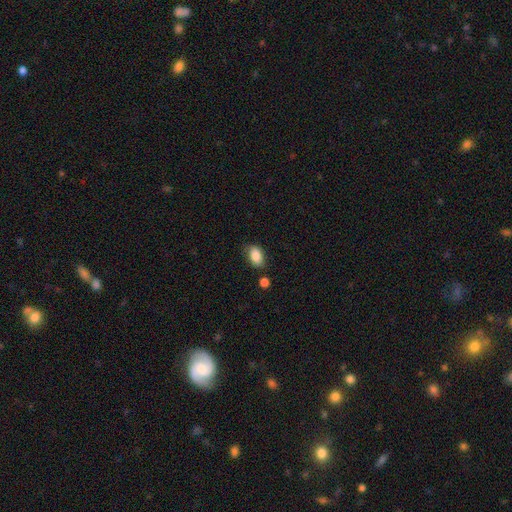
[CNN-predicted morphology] type=smooth (86%); roundness=in between (88%); merging=none (72%).